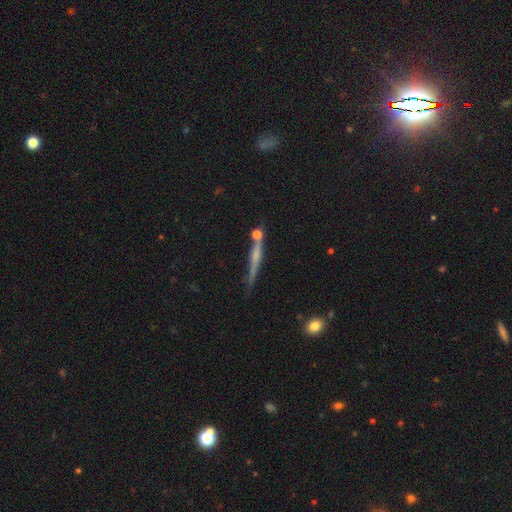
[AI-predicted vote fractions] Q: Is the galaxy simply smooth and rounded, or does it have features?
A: featured or disk — 59%.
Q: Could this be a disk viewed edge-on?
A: yes — 95%.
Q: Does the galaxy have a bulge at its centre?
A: rounded — 43%, tied with none.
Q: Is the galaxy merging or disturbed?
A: none — 71%.